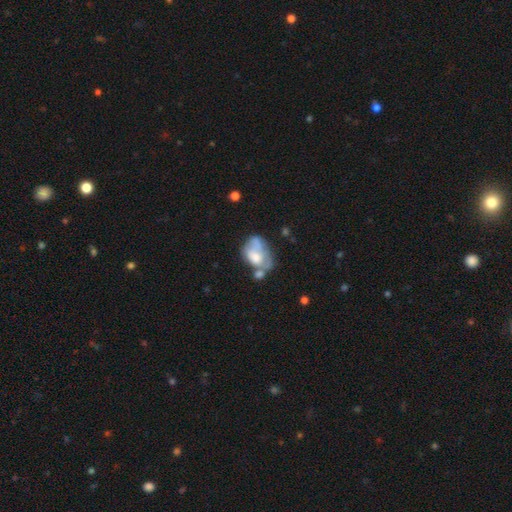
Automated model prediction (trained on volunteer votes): A smooth galaxy with no disk features (48%). Merging: merger (34%).